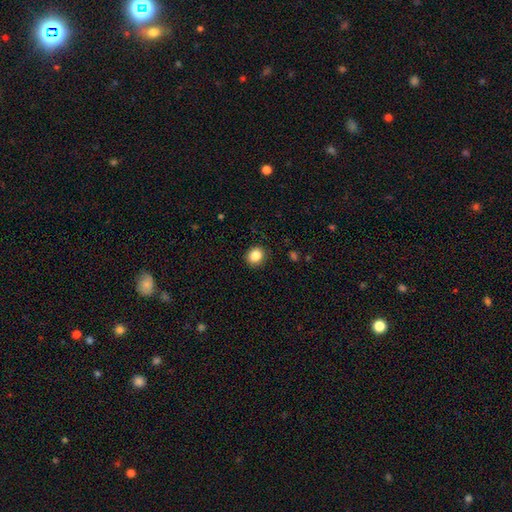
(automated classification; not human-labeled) Morphology: type=smooth (85%); roundness=round (77%); merging=none (90%).